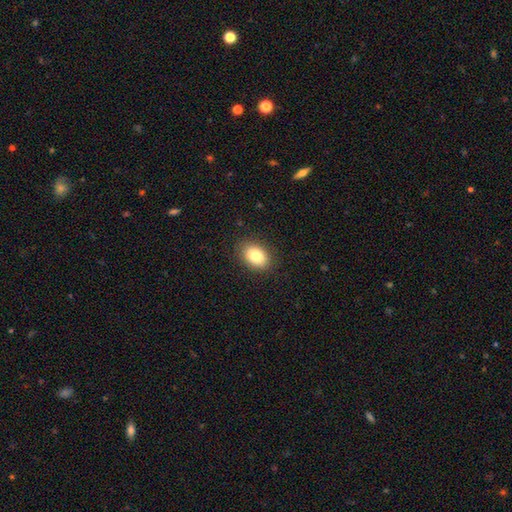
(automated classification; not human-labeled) smooth 83%, star or artifact 8%, featured or disk 8%. Down the decision tree: how rounded — in between (80%); merging — none (87%).